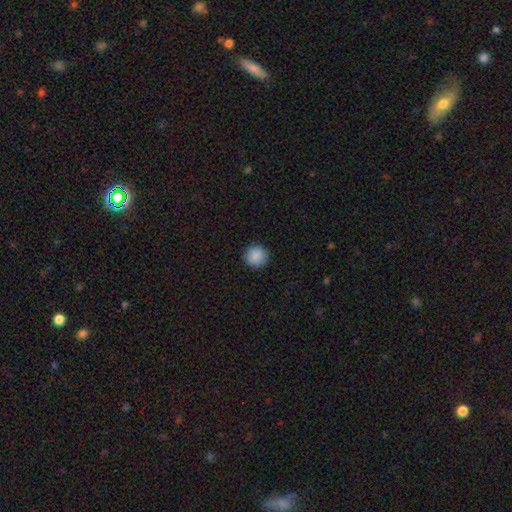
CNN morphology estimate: Smooth or featured: smooth — 89% (star or artifact — 8%)
How rounded: round — 95% (in between — 4%)
Merging: none — 92% (minor disturbance — 5%)